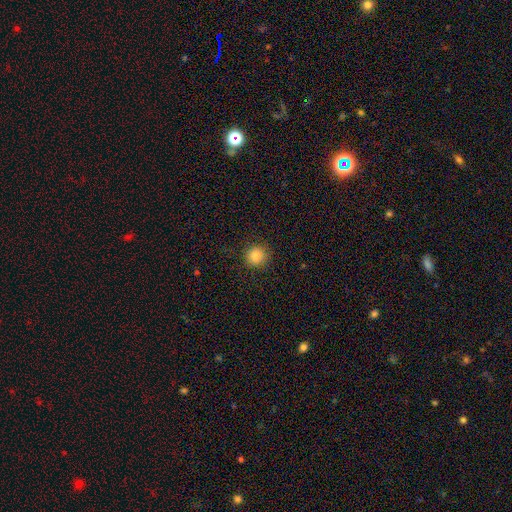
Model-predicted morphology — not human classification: A smooth galaxy with no disk features (84%) that is round (93%).

Vote fractions:
- Smooth or featured? smooth: 84% / star or artifact: 11% / featured or disk: 5%
- How rounded? round: 93% / in between: 6% / cigar-shaped: 1%
- Merging? none: 89% / minor disturbance: 7% / major disturbance: 3% / merger: 1%